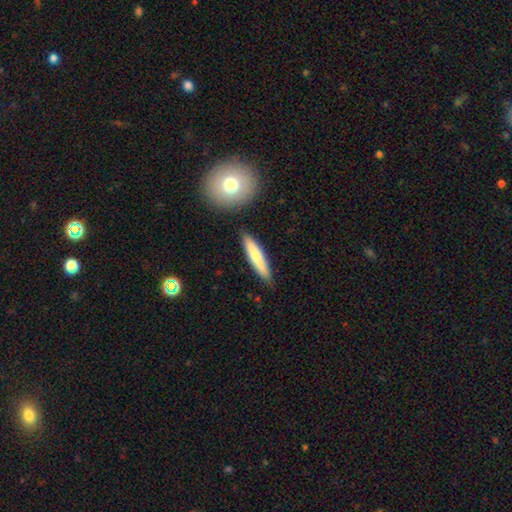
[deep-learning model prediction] This is likely a smooth galaxy (75%). How rounded: clearly cigar-shaped (84%). Merging: clearly none (83%).